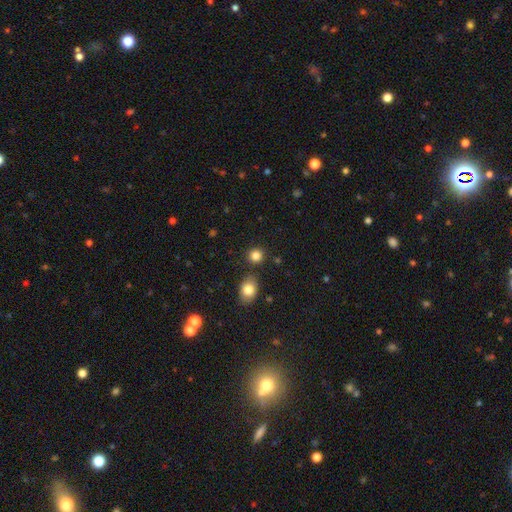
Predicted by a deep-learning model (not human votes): smooth-or-featured: smooth: 84% | star or artifact: 11% | featured or disk: 5%
  how-rounded: round: 84% | in between: 15% | cigar-shaped: 1%
  merging: none: 83% | minor disturbance: 8% | merger: 7% | major disturbance: 2%